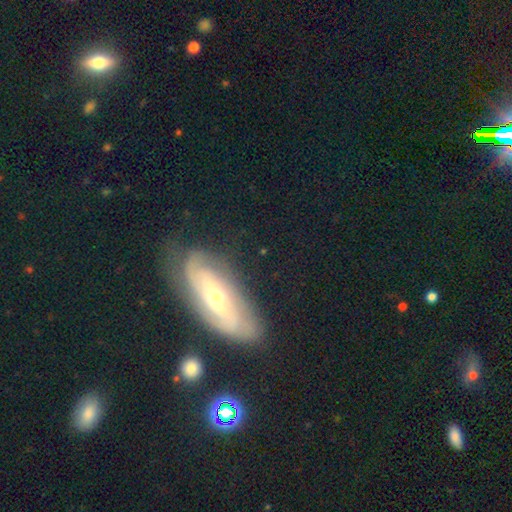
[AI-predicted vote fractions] star or artifact 40%, featured or disk 35%, smooth 26%.